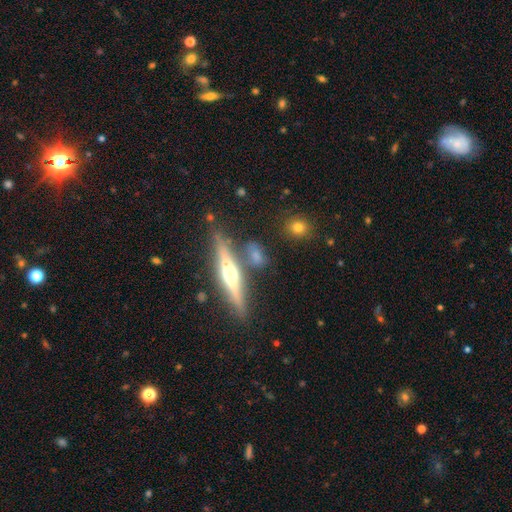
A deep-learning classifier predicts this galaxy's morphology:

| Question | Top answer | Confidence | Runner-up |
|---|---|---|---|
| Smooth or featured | featured or disk | 48% | smooth (41%) |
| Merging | none | 62% | merger (16%) |